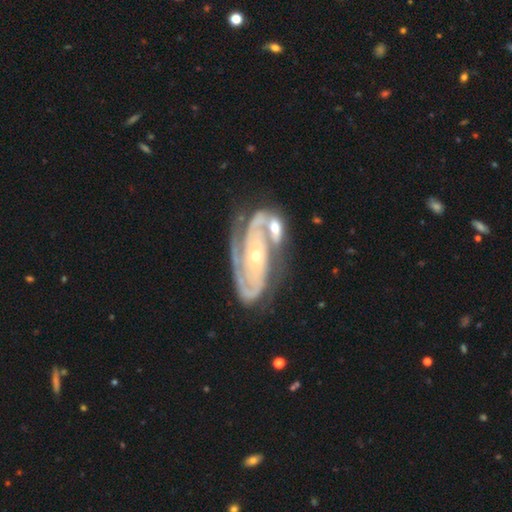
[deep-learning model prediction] Smooth or featured: featured or disk — 90% (star or artifact — 5%)
Edge-on disk: no — 96% (yes — 4%)
Bar: no — 62% (weak — 22%)
Spiral arms: yes — 97% (no — 3%)
Spiral winding: tight — 62% (medium — 31%)
Spiral arm count: 2 — 72% (3 — 11%)
Bulge size: small — 75% (moderate — 22%)
Merging: none — 49% (merger — 26%)